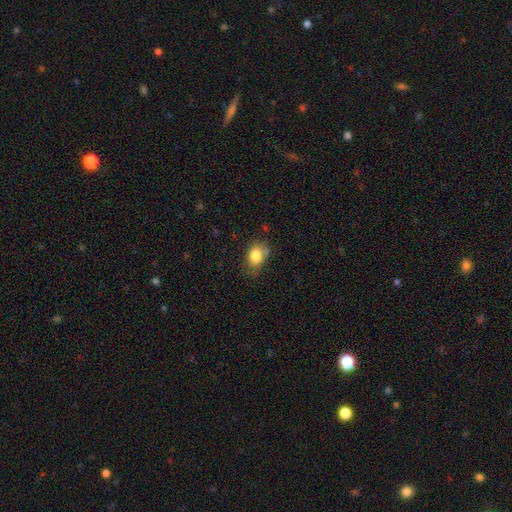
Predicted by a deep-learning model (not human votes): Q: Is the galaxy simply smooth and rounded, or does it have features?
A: smooth — 82%.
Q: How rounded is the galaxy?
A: in between — 69%.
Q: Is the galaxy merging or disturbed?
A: none — 59%.